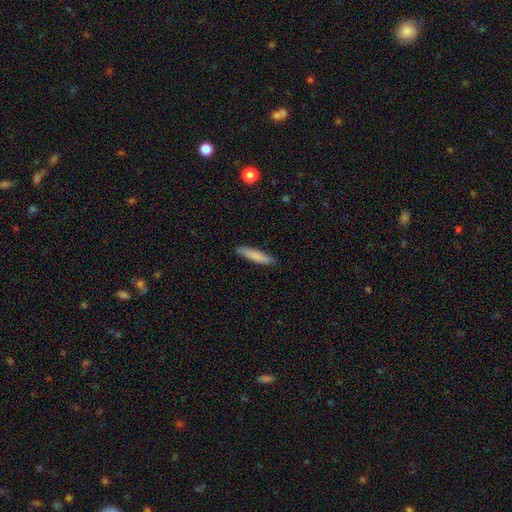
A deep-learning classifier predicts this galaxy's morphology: type=smooth (84%); roundness=cigar-shaped (83%); merging=none (88%).